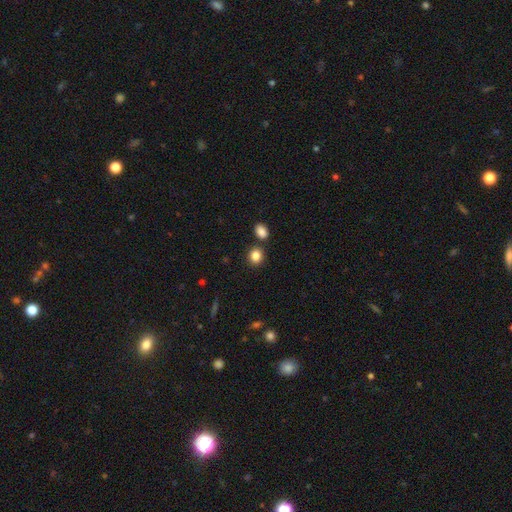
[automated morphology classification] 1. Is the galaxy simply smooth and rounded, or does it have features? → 86% smooth, 10% star or artifact, 5% featured or disk.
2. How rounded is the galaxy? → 75% round, 24% in between, 1% cigar-shaped.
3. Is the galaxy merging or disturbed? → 77% none, 12% merger, 8% minor disturbance, 3% major disturbance.